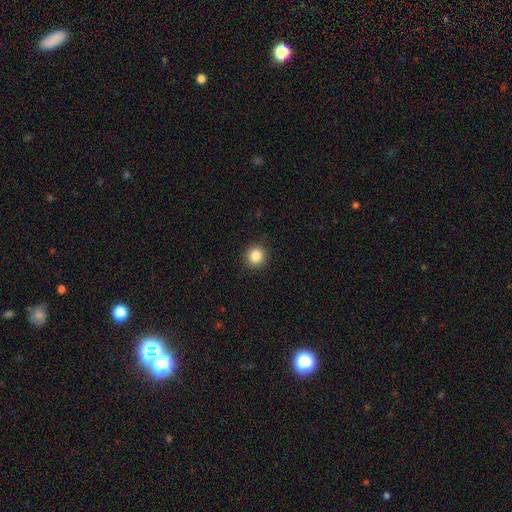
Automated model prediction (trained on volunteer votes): Morphology: type=smooth (86%); roundness=round (91%); merging=none (91%).